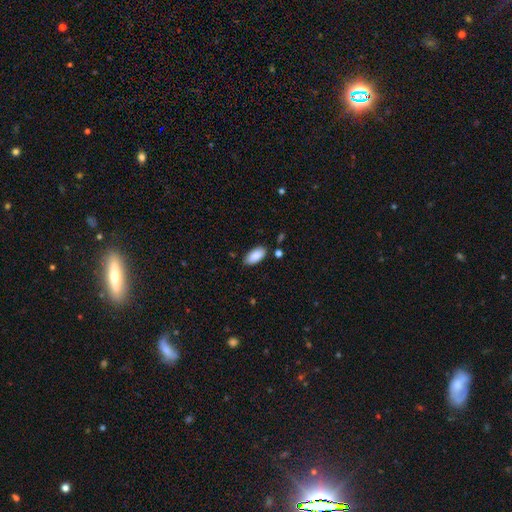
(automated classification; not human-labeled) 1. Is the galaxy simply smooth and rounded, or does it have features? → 88% smooth, 6% star or artifact, 5% featured or disk.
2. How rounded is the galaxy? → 93% in between, 5% cigar-shaped, 2% round.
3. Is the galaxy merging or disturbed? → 83% none, 12% minor disturbance, 3% merger, 2% major disturbance.